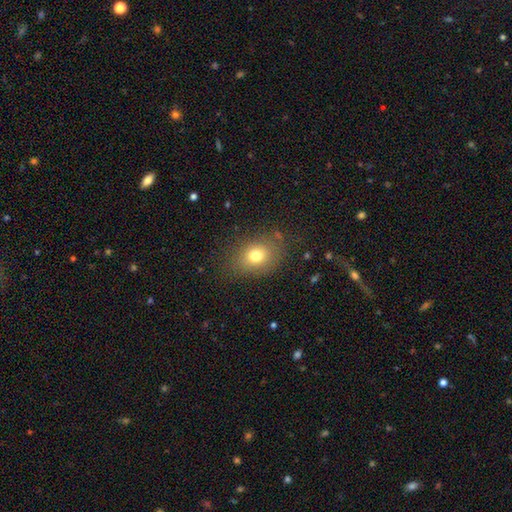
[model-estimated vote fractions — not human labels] Morphology: type=smooth (75%); roundness=in between (58%); merging=none (79%).